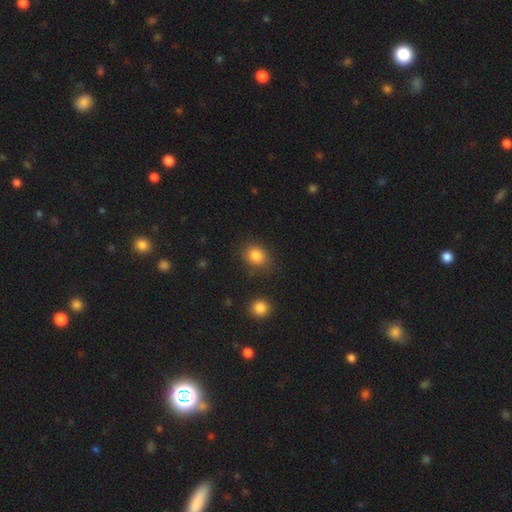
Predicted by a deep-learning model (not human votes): Morphology: type=smooth (84%); roundness=round (55%); merging=none (79%).